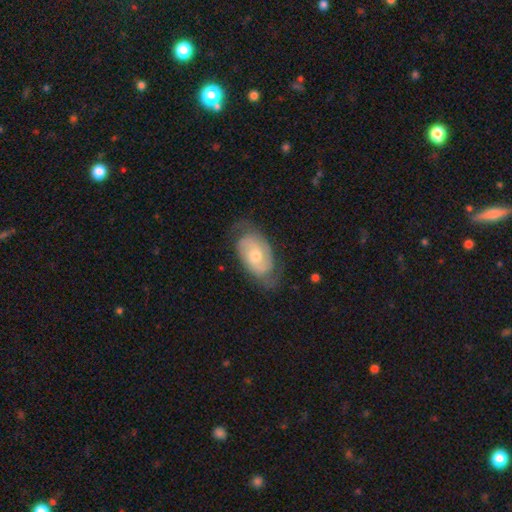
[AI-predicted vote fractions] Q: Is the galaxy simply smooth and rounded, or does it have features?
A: featured or disk — 68%.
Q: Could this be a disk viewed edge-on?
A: no — 95%.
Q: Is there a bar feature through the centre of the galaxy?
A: no — 69%.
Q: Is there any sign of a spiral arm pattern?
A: yes — 86%.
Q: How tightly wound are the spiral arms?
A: tight — 47%.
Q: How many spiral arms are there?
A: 2 — 66%.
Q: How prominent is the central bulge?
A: moderate — 55%.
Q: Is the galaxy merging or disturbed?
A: none — 65%.